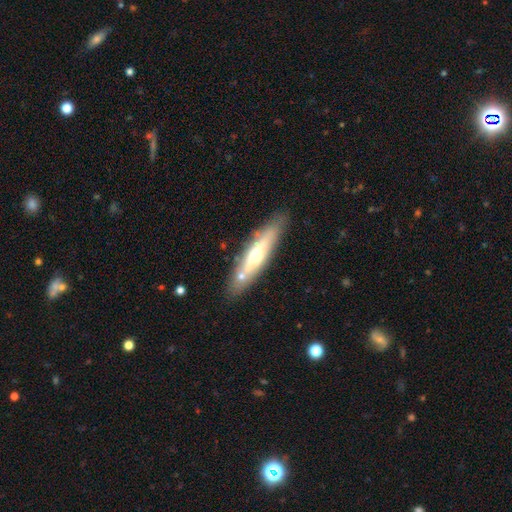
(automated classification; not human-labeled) Smooth or featured? Predicted: featured or disk (p=0.57). Edge-on disk? Predicted: yes (p=0.75). Merging? Predicted: none (p=0.77).